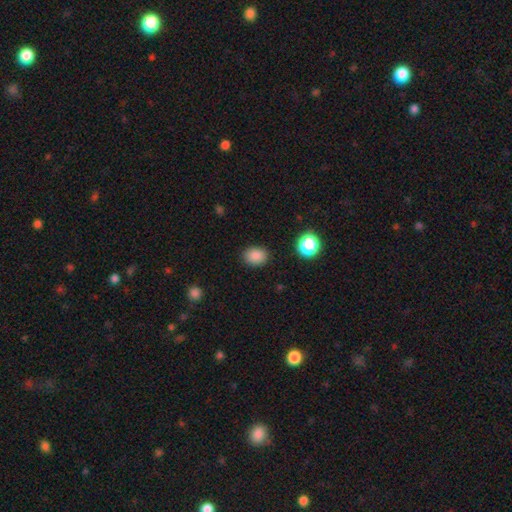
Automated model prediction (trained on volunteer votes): Smooth or featured? smooth (86%)
How rounded? in between (57%)
Merging? none (87%)